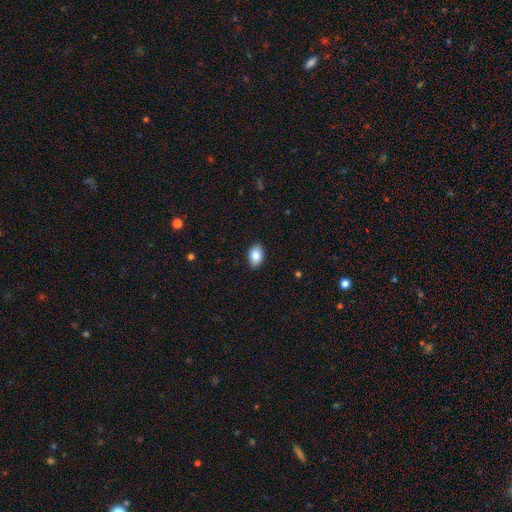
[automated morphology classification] This is clearly a smooth galaxy (85%). How rounded: clearly in between (87%). Merging: clearly none (87%).